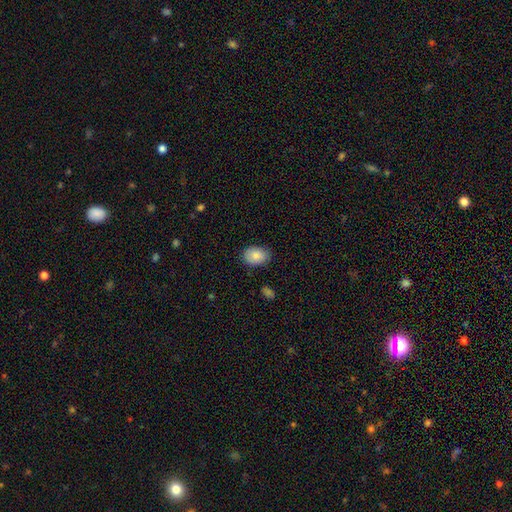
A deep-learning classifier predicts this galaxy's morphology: smooth 84%, featured or disk 9%, star or artifact 7%. Down the decision tree: how rounded — in between (74%); merging — none (81%).